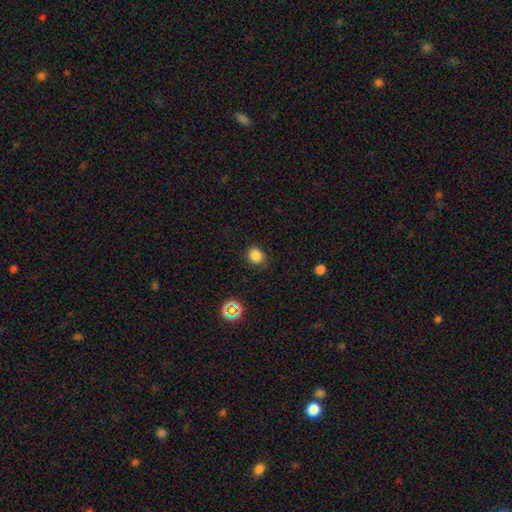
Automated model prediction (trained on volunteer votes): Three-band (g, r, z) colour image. It shows a smooth galaxy with no disk features (82%) that is round (80%). Merging: none (82%).